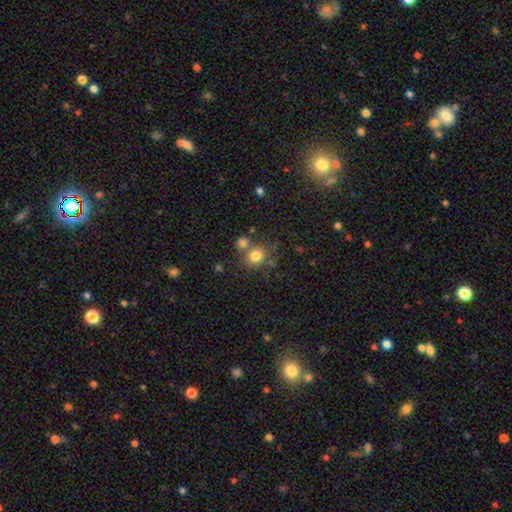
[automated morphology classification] type=smooth (78%); roundness=round (78%); merging=none (60%).